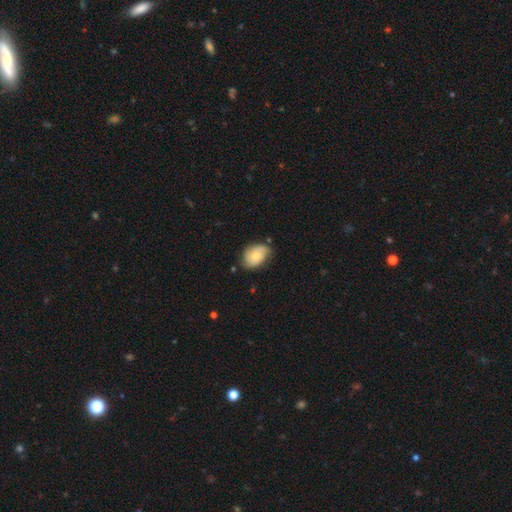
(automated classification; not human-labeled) This is likely a smooth galaxy (69%). How rounded: clearly in between (83%). Merging: possibly none (57%).